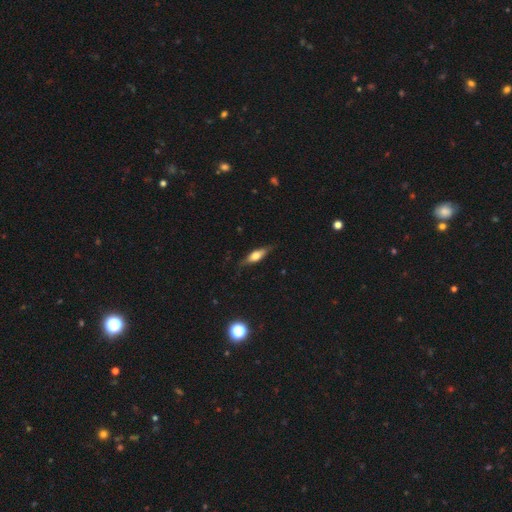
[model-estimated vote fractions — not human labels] This appears to be a smooth galaxy with no disk features (48%). Merging: none (79%).